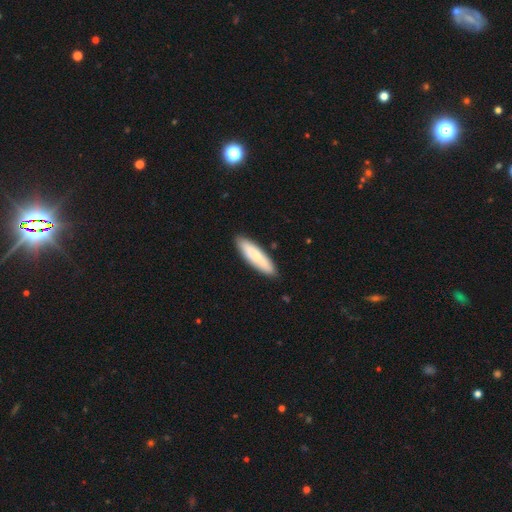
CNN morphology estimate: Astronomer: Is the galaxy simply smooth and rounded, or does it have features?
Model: smooth — 74%.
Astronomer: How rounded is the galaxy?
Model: cigar-shaped — 65%.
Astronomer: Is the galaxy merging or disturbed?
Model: none — 88%.